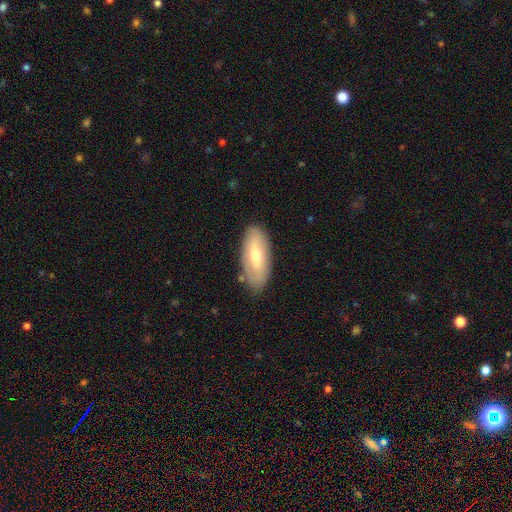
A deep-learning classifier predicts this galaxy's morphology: The model was most divided on "smooth or featured": smooth: 54%, featured or disk: 39%, star or artifact: 6%. More confident: how rounded — in between (84%); merging — none (82%).